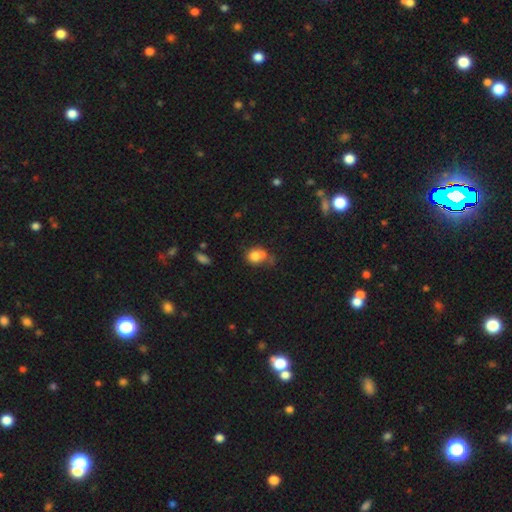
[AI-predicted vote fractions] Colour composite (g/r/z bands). It shows a smooth galaxy with no disk features (79%) that is round (53%). Merging: none (40%).